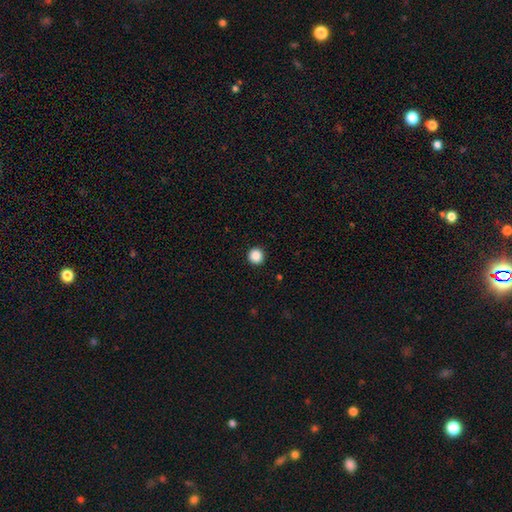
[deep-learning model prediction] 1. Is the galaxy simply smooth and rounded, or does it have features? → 88% smooth, 10% star or artifact, 2% featured or disk.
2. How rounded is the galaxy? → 95% round, 4% in between, 1% cigar-shaped.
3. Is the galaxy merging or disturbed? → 93% none, 4% minor disturbance, 2% major disturbance, 1% merger.